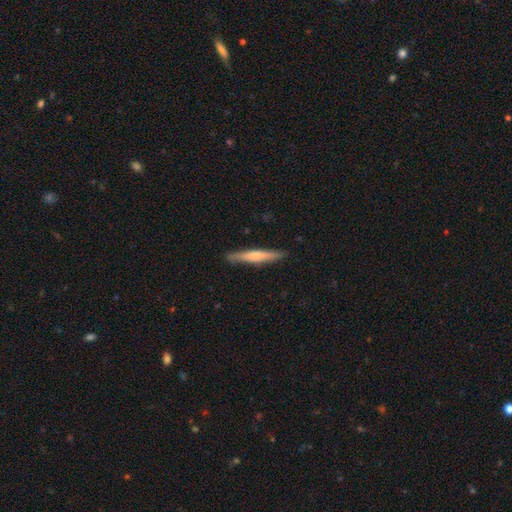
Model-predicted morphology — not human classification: smooth-or-featured: smooth: 58% | featured or disk: 37% | star or artifact: 5%
  how-rounded: cigar-shaped: 94% | in between: 4% | round: 1%
  merging: none: 89% | minor disturbance: 9% | major disturbance: 2% | merger: 1%